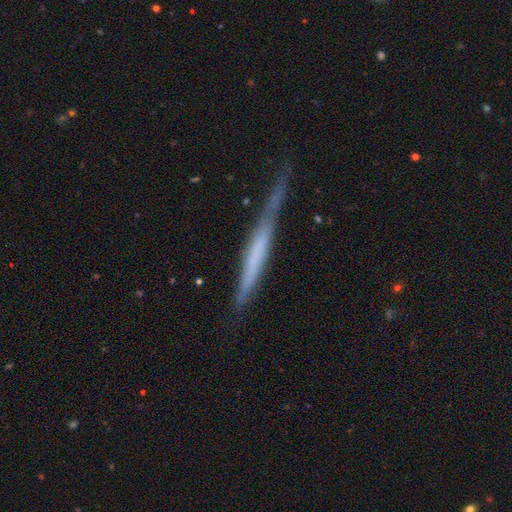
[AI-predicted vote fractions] smooth_or_featured: featured or disk (p=0.58) [alt: smooth p=0.35]
disk_edge_on: yes (p=0.95) [alt: no p=0.05]
edge_on_bulge: none (p=0.74) [alt: boxy p=0.15]
merging: none (p=0.65) [alt: minor disturbance p=0.25]